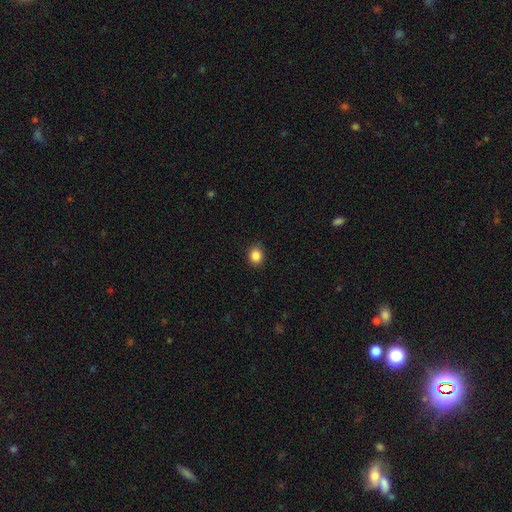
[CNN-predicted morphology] A smooth galaxy with no disk features (86%) that is round (67%). Merging: none (87%).